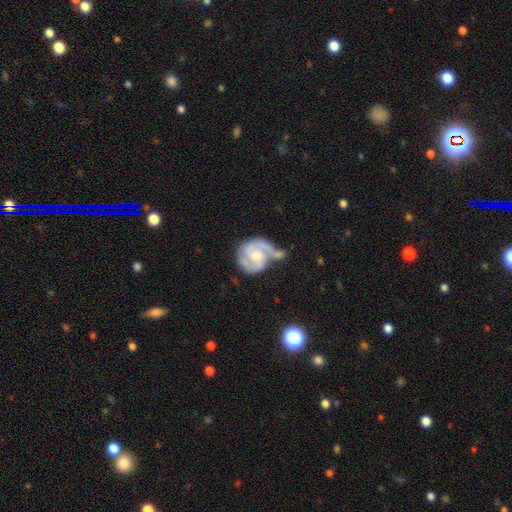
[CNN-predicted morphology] Smooth or featured?
  - featured or disk: 85% *
  - smooth: 10%
  - star or artifact: 4%
Edge-on disk?
  - no: 98% *
  - yes: 2%
Bar?
  - no: 57% *
  - weak: 36%
  - strong: 7%
Spiral arms?
  - yes: 96% *
  - no: 4%
Spiral winding?
  - medium: 46% *
  - tight: 44%
  - loose: 11%
Spiral arm count?
  - 2: 67% *
  - 3: 17%
  - can't tell: 8%
  - 1: 4%
  - 4: 2%
  - more than 4: 2%
Bulge size?
  - moderate: 51% *
  - small: 41%
  - large: 4%
  - none: 3%
  - dominant: 1%
Merging?
  - none: 41% *
  - minor disturbance: 25%
  - merger: 20%
  - major disturbance: 14%